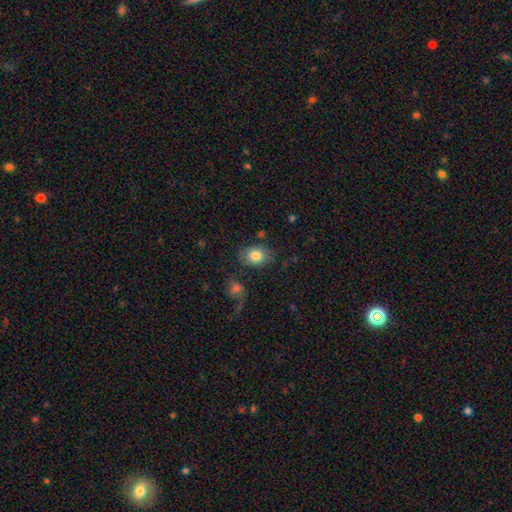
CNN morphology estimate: Smooth or featured: smooth — 81% (featured or disk — 11%)
How rounded: in between — 64% (round — 35%)
Merging: none — 73% (minor disturbance — 15%)